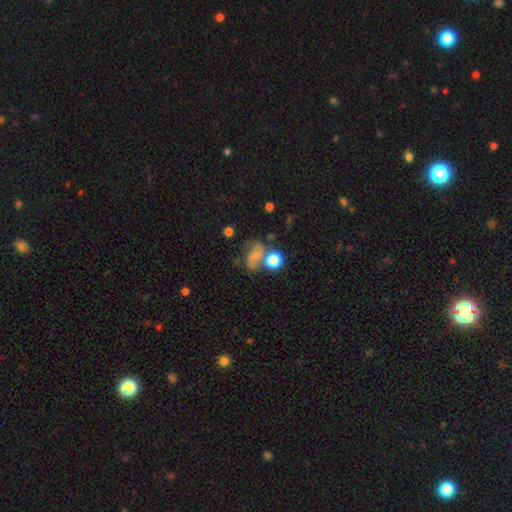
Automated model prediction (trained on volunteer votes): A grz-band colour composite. It shows a featured or disk galaxy (48%). Merging: none (40%).